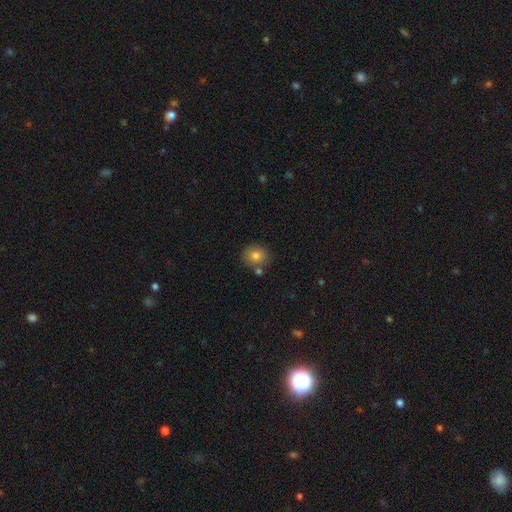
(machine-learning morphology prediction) Overall: smooth (79%). How rounded: round (76%). Merging: none (74%).